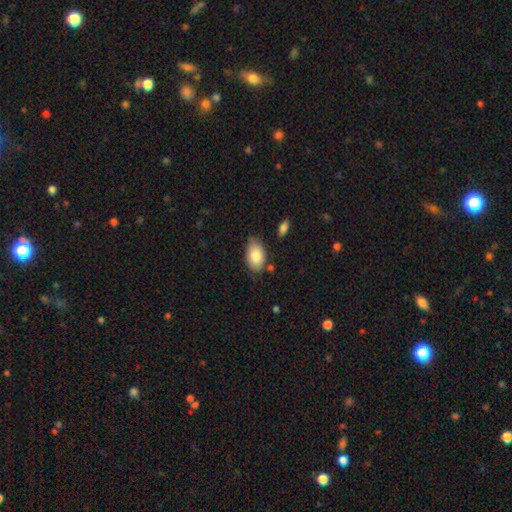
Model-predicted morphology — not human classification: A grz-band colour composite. It shows a smooth galaxy with no disk features (85%) that is in between round and cigar-shaped (93%). Merging: none (72%).